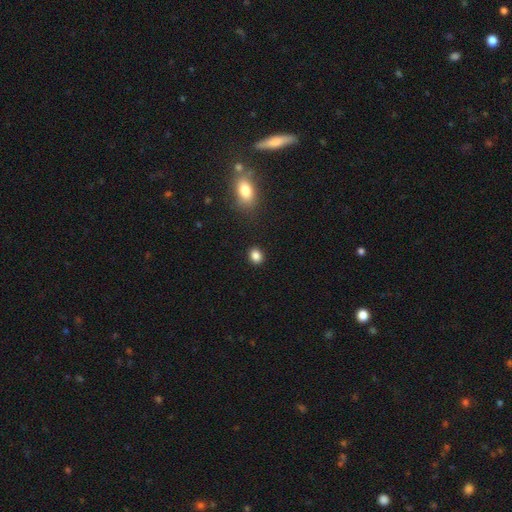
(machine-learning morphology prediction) Overall: smooth (85%). How rounded: round (55%; in between 43%). Merging: none (89%).